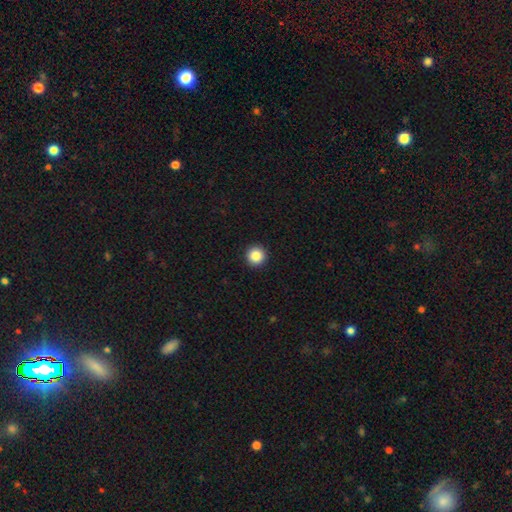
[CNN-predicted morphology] Smooth or featured? smooth (86%)
How rounded? round (96%)
Merging? none (94%)